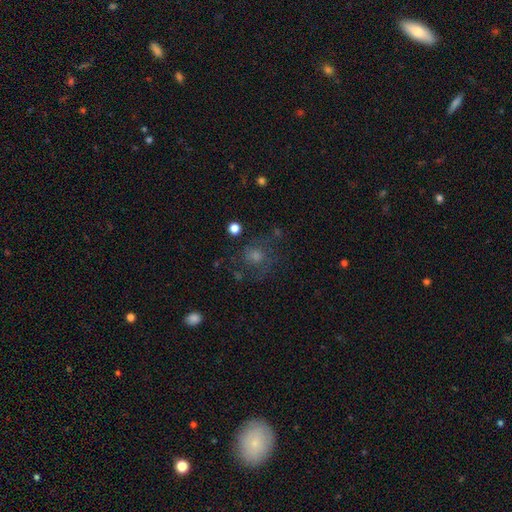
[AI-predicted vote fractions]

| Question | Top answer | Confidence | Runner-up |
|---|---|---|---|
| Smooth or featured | featured or disk | 41% | smooth (32%) |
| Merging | none | 66% | minor disturbance (16%) |